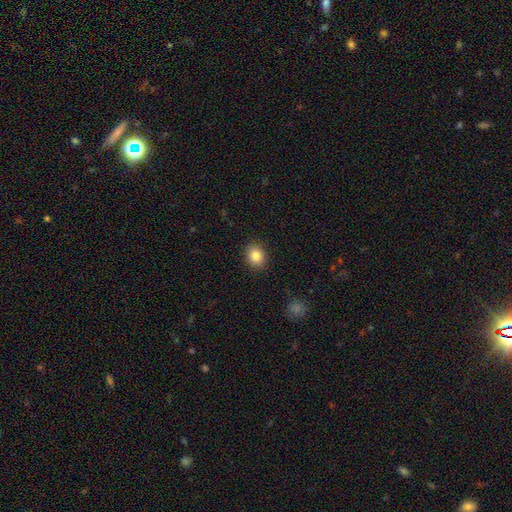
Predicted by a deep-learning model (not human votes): Q: Smooth or featured?
A: smooth (85%); runner-up: star or artifact (10%)
Q: How rounded?
A: round (58%); runner-up: in between (41%)
Q: Merging?
A: none (89%); runner-up: minor disturbance (7%)